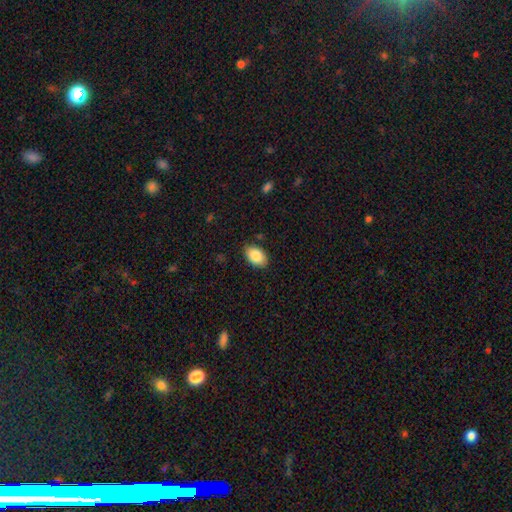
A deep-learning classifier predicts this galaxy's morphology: The model was most divided on "merging": none: 85%, minor disturbance: 12%, major disturbance: 2%, merger: 1%. More confident: how rounded — in between (90%); smooth or featured — smooth (87%).